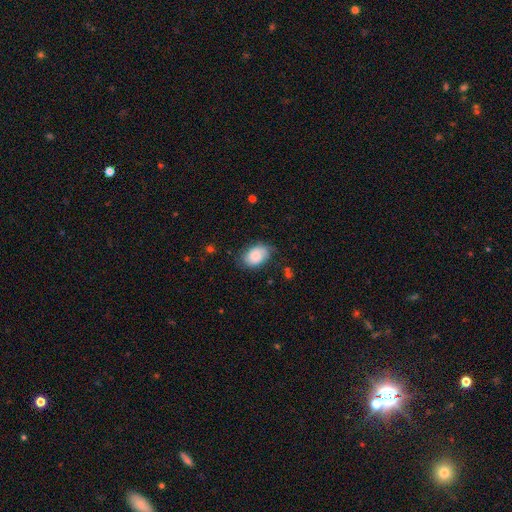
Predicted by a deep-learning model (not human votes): smooth-or-featured: smooth: 74% | featured or disk: 19% | star or artifact: 7%
  how-rounded: in between: 85% | round: 14% | cigar-shaped: 1%
  merging: none: 66% | minor disturbance: 26% | major disturbance: 7% | merger: 2%